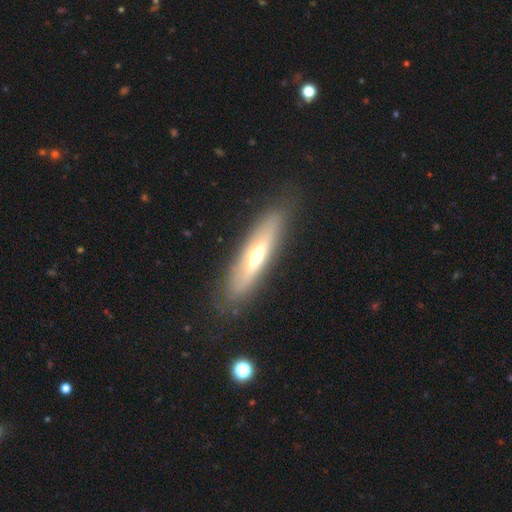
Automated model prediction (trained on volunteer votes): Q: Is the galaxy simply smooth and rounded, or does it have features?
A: featured or disk — 50%.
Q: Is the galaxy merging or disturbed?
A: none — 84%.